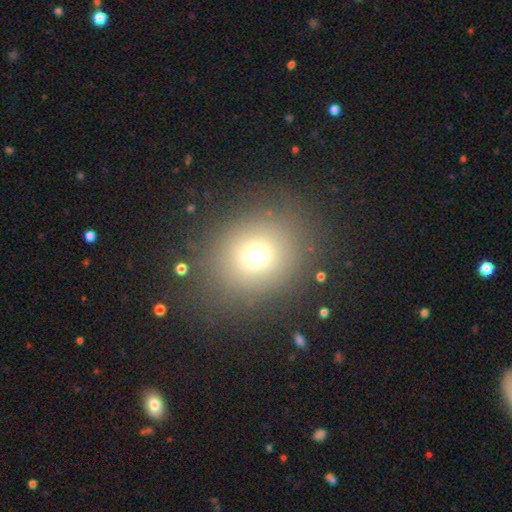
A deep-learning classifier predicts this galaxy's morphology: This appears to be a smooth galaxy with no disk features (69%) that is round (80%). Merging: none (83%).